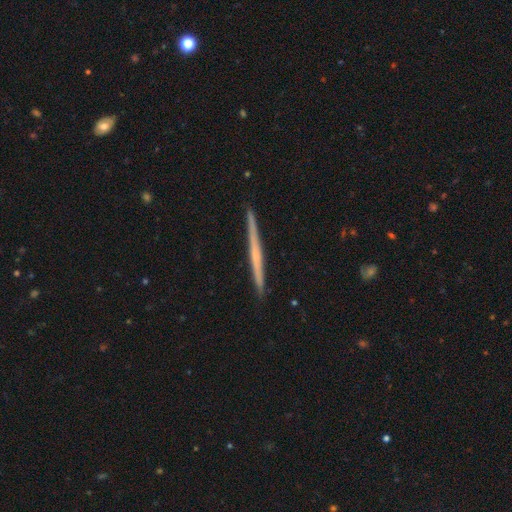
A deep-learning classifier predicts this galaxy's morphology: Overall: featured or disk (64%; smooth 31%). Edge-on disk: yes (98%). Edge-on bulge: none (72%). Merging: none (92%).